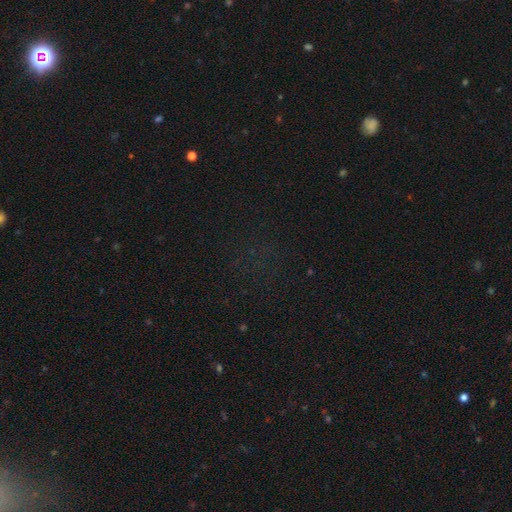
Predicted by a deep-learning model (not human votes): smooth-or-featured: star or artifact: 70% | smooth: 20% | featured or disk: 10%